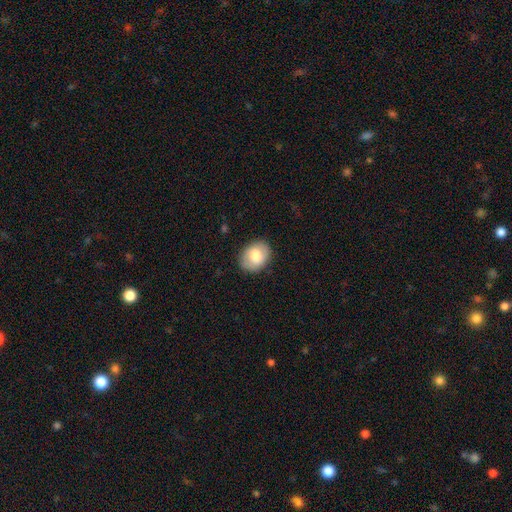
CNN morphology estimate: A smooth galaxy with no disk features (74%) that is in between round and cigar-shaped (66%). Merging: none (85%).